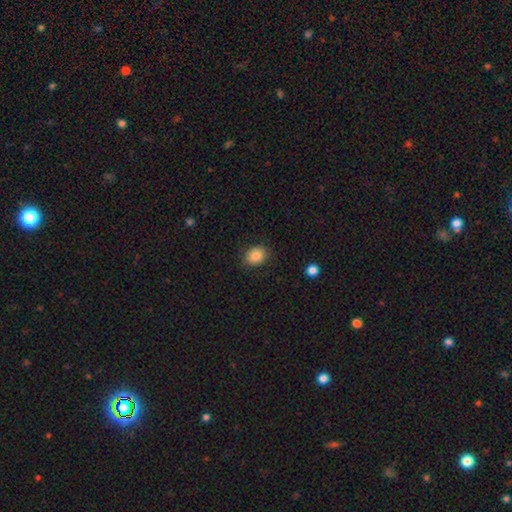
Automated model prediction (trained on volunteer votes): smooth_or_featured: smooth (p=0.84) [alt: star or artifact p=0.09]
how_rounded: round (p=0.50) [tied with: in between p=0.50]
merging: none (p=0.83) [alt: minor disturbance p=0.12]